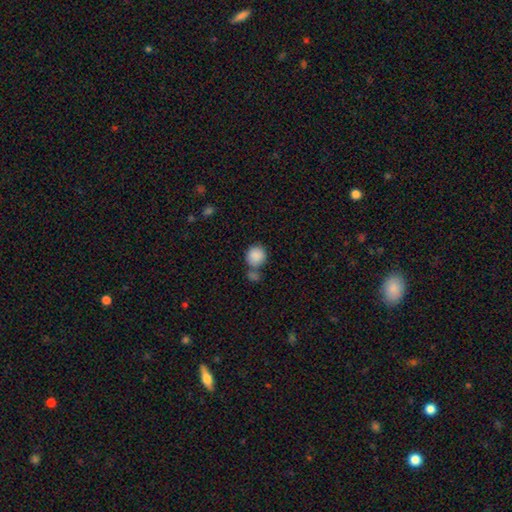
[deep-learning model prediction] Overall: smooth (88%). How rounded: round (89%). Merging: none (57%; merger 27%).